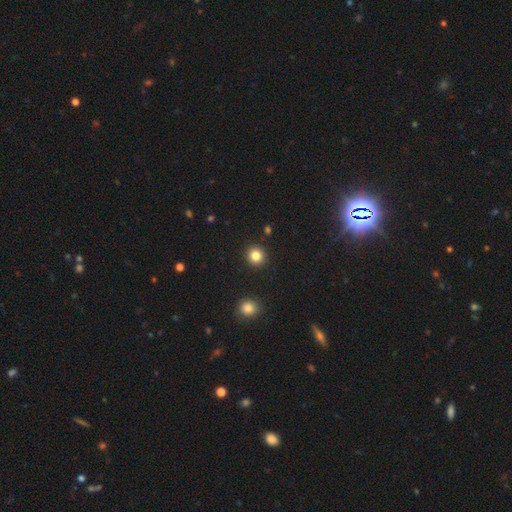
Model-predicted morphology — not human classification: Smooth or featured? smooth (84%)
How rounded? round (92%)
Merging? none (92%)